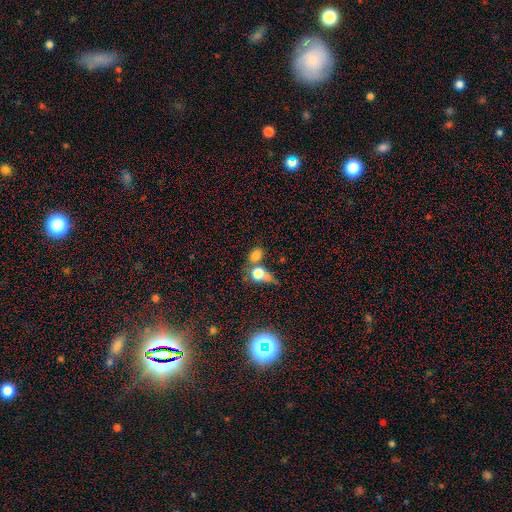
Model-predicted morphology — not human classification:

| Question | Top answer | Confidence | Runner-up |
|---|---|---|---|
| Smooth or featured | smooth | 77% | featured or disk (12%) |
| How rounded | in between | 56% | round (42%) |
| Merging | merger | 50% | none (31%) |